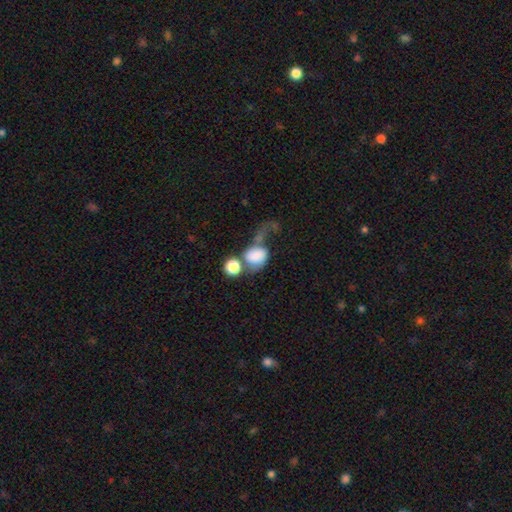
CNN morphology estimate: This appears to be a smooth galaxy with no disk features (72%) that is in between round and cigar-shaped (55%). Merging: merger (40%).